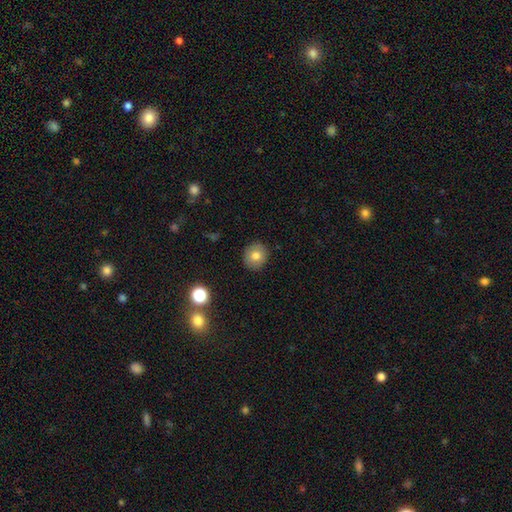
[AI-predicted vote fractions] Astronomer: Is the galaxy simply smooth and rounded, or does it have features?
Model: smooth — 79%.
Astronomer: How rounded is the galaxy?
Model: round — 84%.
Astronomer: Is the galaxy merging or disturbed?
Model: none — 89%.